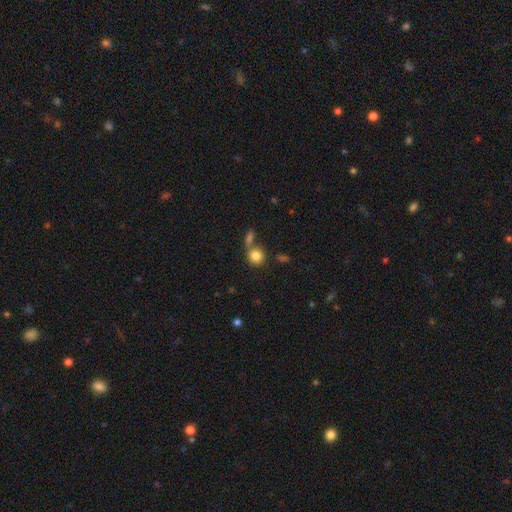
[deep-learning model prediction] Q: Smooth or featured?
A: smooth (83%); runner-up: star or artifact (9%)
Q: How rounded?
A: round (84%); runner-up: in between (14%)
Q: Merging?
A: none (55%); runner-up: merger (31%)